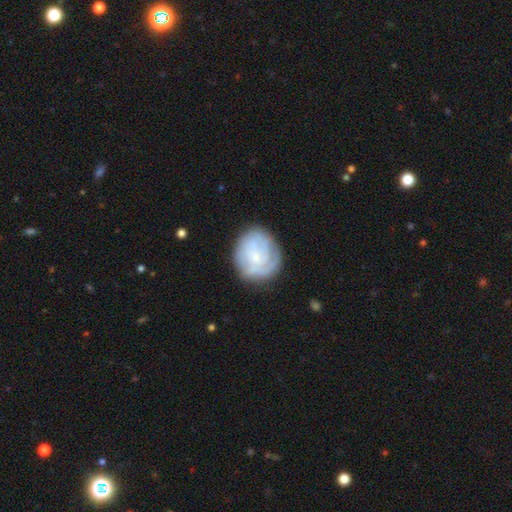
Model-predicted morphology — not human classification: smooth_or_featured: featured or disk (p=0.63) [alt: smooth p=0.30]
disk_edge_on: no (p=0.98) [alt: yes p=0.02]
bar: no (p=0.71) [alt: weak p=0.25]
has_spiral_arms: yes (p=0.85) [alt: no p=0.15]
spiral_winding: tight (p=0.65) [alt: medium p=0.26]
spiral_arm_count: can't tell (p=0.46) [alt: 3 p=0.18]
bulge_size: small (p=0.70) [alt: moderate p=0.16]
merging: none (p=0.72) [alt: minor disturbance p=0.18]